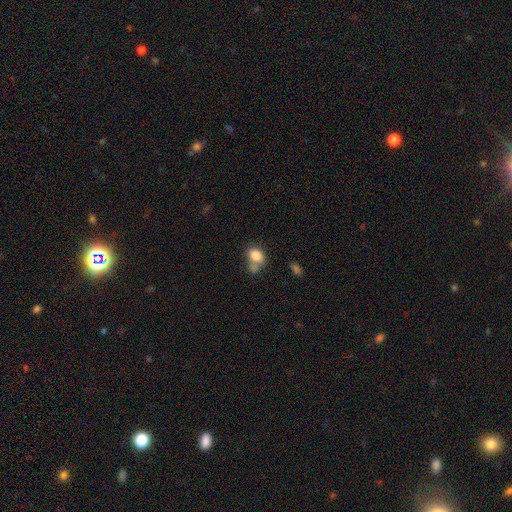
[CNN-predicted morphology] A smooth galaxy with no disk features (82%) that is in between round and cigar-shaped (76%). Merging: none (41%).